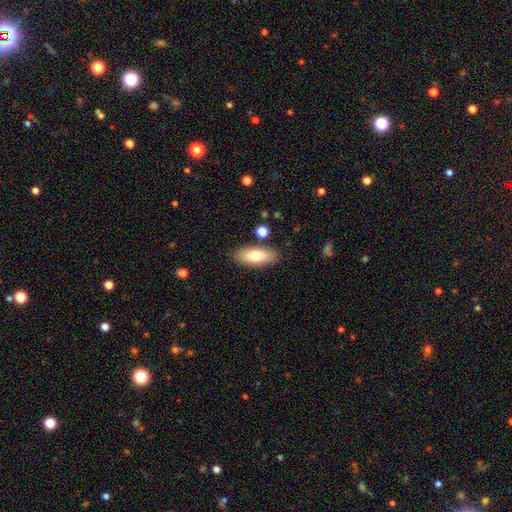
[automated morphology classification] Q: Smooth or featured?
A: smooth (72%); runner-up: featured or disk (21%)
Q: How rounded?
A: in between (79%); runner-up: cigar-shaped (18%)
Q: Merging?
A: none (84%); runner-up: minor disturbance (10%)